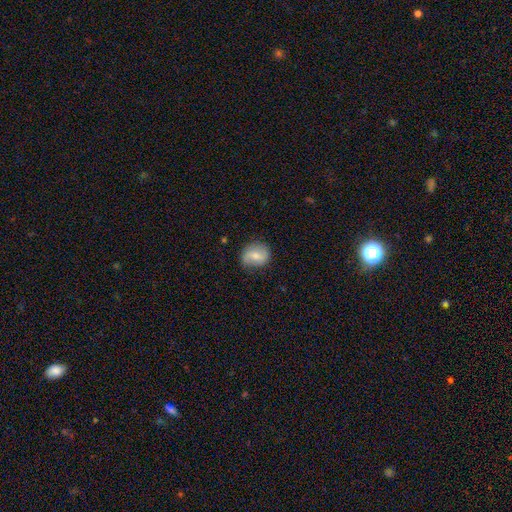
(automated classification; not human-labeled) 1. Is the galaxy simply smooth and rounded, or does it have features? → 57% smooth, 35% featured or disk, 7% star or artifact.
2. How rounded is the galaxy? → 67% round, 32% in between, 1% cigar-shaped.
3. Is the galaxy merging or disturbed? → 74% none, 20% minor disturbance, 5% major disturbance, 1% merger.